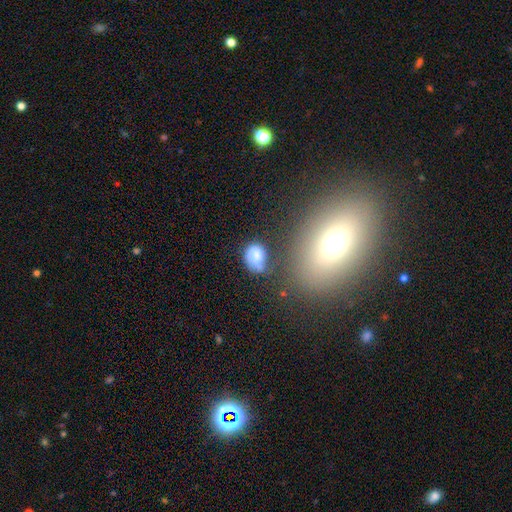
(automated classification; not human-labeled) Morphology: type=smooth (60%); roundness=in between (57%); merging=none (40%).